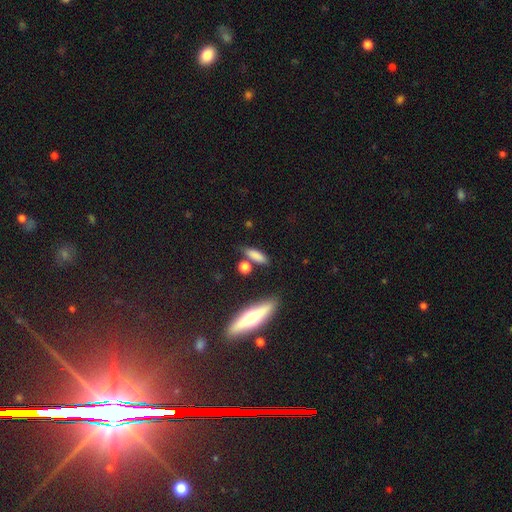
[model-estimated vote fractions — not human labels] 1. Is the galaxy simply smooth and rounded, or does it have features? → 79% smooth, 13% featured or disk, 8% star or artifact.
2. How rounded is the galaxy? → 53% cigar-shaped, 42% in between, 5% round.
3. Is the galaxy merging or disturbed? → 70% none, 15% minor disturbance, 11% merger, 5% major disturbance.